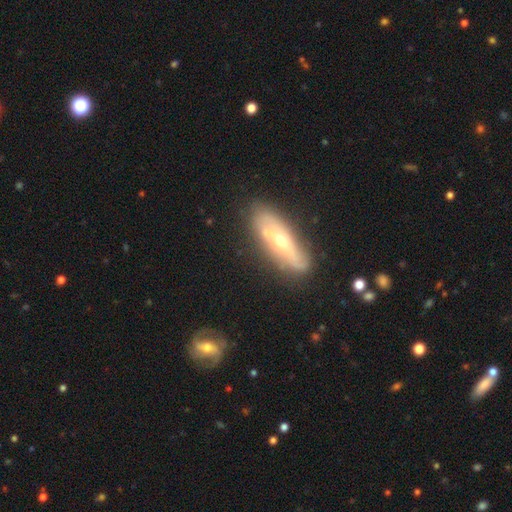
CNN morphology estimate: type=featured or disk (54%); edge-on=yes (56%); merging=none (78%).